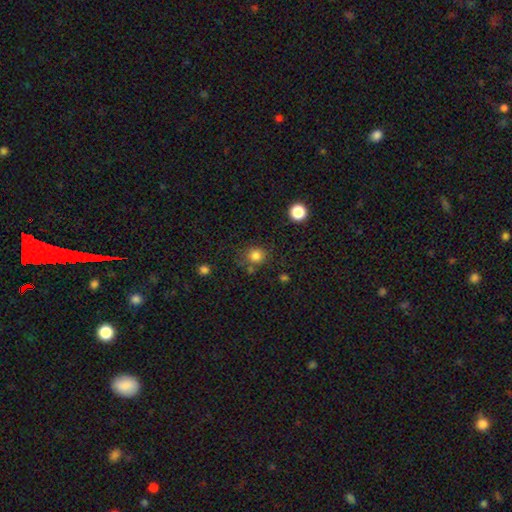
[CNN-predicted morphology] type=smooth (82%); roundness=round (87%); merging=none (73%).